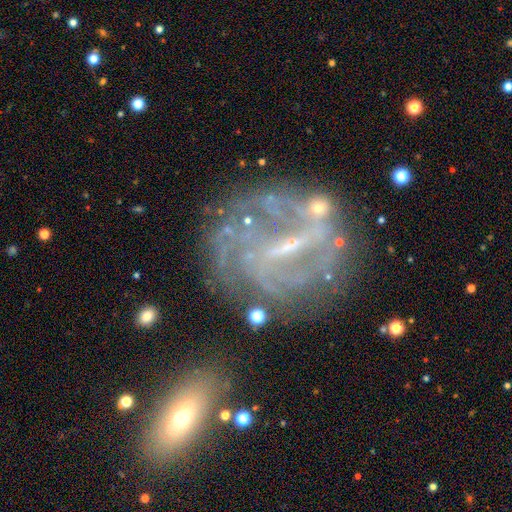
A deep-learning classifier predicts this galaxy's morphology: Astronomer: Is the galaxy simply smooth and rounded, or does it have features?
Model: featured or disk — 82%.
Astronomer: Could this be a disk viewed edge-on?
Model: no — 97%.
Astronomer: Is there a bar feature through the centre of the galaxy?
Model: strong — 44% (runner-up: weak, 39%).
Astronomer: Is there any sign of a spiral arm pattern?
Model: yes — 81%.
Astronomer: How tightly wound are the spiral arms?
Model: tight — 45% (runner-up: medium, 35%).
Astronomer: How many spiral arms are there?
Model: can't tell — 41% (runner-up: 2, 19%).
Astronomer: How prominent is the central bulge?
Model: small — 60%.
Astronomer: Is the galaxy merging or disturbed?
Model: none — 58%.